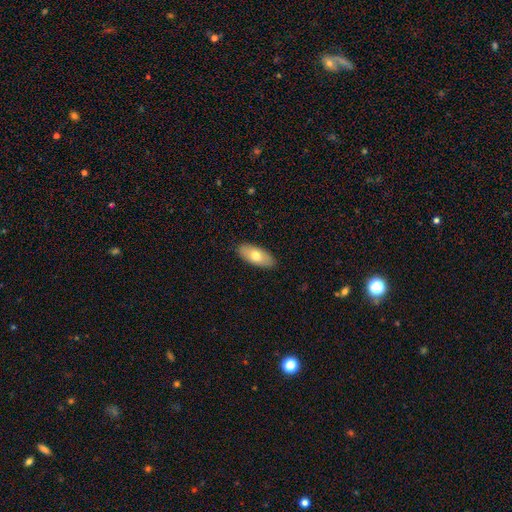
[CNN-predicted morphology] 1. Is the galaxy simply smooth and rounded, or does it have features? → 70% smooth, 24% featured or disk, 6% star or artifact.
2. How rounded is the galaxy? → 89% in between, 8% cigar-shaped, 3% round.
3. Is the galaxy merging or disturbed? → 88% none, 9% minor disturbance, 2% major disturbance, 1% merger.